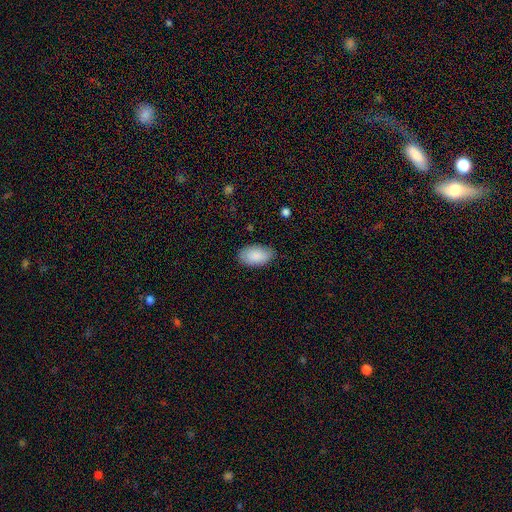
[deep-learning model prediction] Q: Smooth or featured?
A: smooth (88%); runner-up: featured or disk (6%)
Q: How rounded?
A: in between (95%); runner-up: round (3%)
Q: Merging?
A: none (81%); runner-up: minor disturbance (15%)